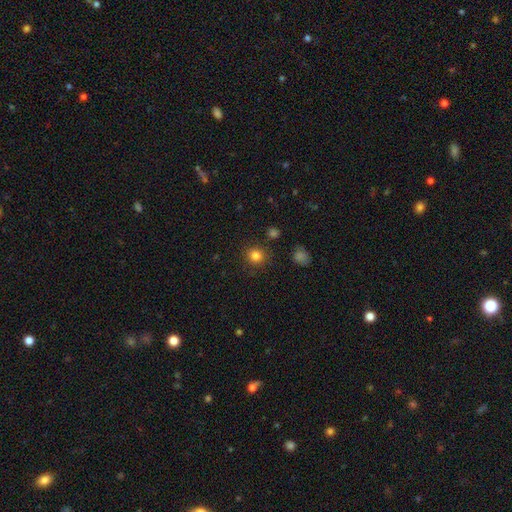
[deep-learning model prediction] A smooth galaxy with no disk features (82%) that is round (92%).

Vote fractions:
- Smooth or featured? smooth: 82% / star or artifact: 13% / featured or disk: 5%
- How rounded? round: 92% / in between: 8% / cigar-shaped: 1%
- Merging? none: 87% / minor disturbance: 7% / major disturbance: 3% / merger: 3%